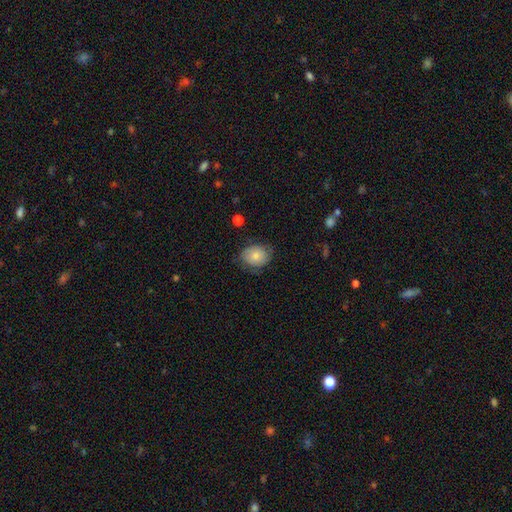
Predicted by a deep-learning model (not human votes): Smooth or featured? Predicted: smooth (p=0.78). How rounded? Predicted: in between (p=0.52). Merging? Predicted: none (p=0.71).